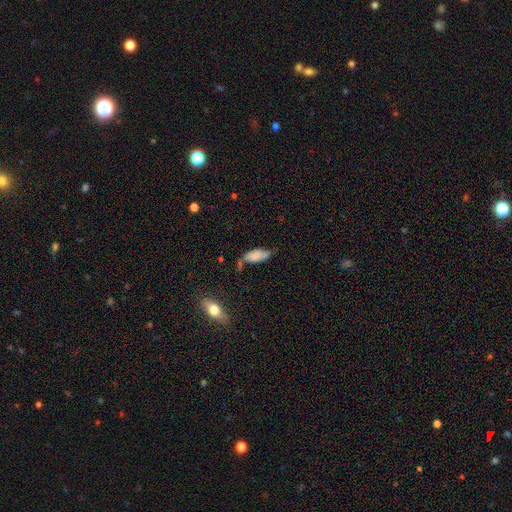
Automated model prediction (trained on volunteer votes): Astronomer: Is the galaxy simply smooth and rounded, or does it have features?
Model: smooth — 70%.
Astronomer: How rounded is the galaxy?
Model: in between — 80%.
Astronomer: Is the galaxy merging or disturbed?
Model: none — 43% (runner-up: minor disturbance, 33%).